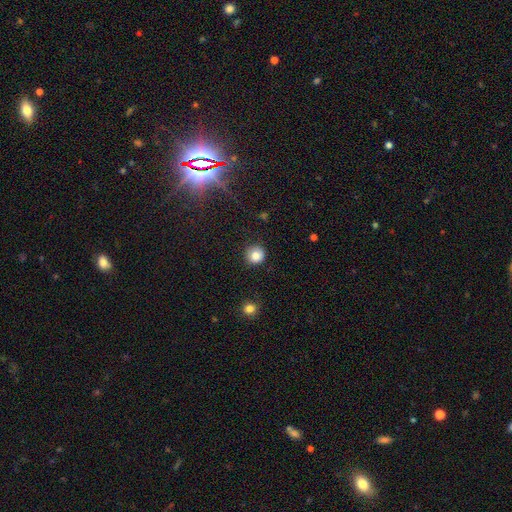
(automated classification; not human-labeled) Morphology: type=smooth (83%); roundness=round (94%); merging=none (89%).